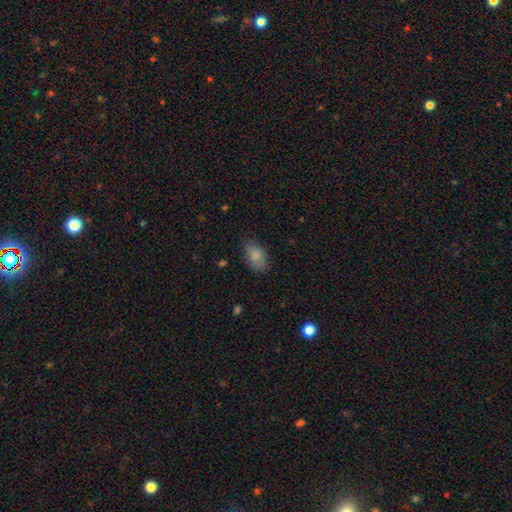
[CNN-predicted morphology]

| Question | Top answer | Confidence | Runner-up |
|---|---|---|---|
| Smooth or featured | smooth | 85% | star or artifact (8%) |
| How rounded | in between | 89% | round (9%) |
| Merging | none | 73% | minor disturbance (21%) |